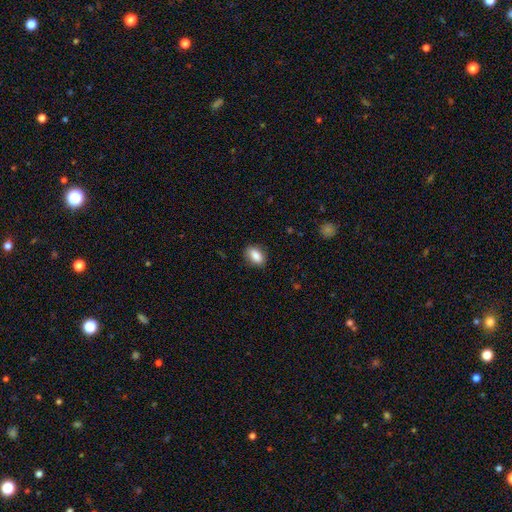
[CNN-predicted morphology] This appears to be a smooth galaxy with no disk features (86%) that is in between round and cigar-shaped (86%). Merging: none (85%).